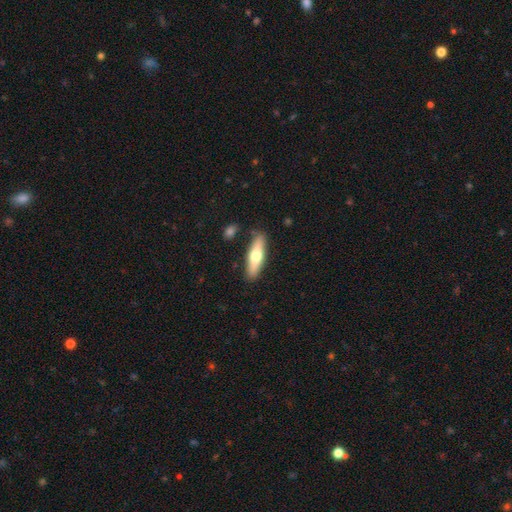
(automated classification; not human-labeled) This is likely a smooth galaxy (60%). How rounded: likely cigar-shaped (66%). Merging: clearly none (85%).